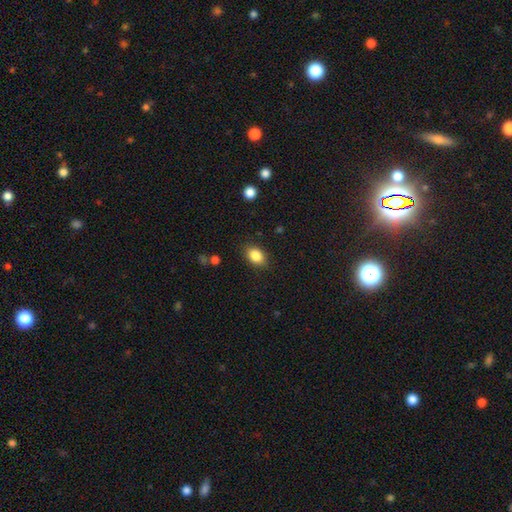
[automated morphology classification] type=smooth (86%); roundness=in between (80%); merging=none (85%).